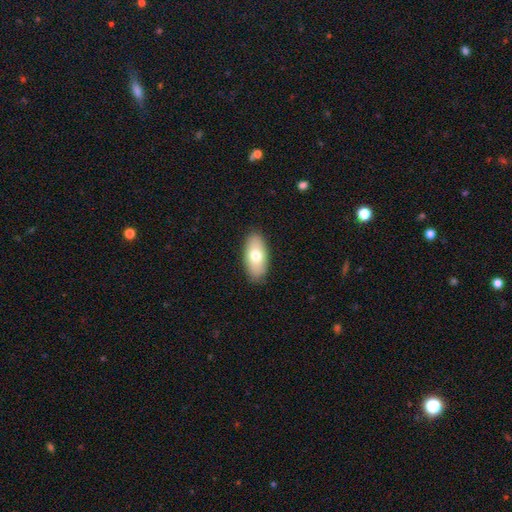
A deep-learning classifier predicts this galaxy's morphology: Q: Smooth or featured?
A: smooth (72%); runner-up: featured or disk (22%)
Q: How rounded?
A: in between (89%); runner-up: cigar-shaped (8%)
Q: Merging?
A: none (87%); runner-up: minor disturbance (9%)